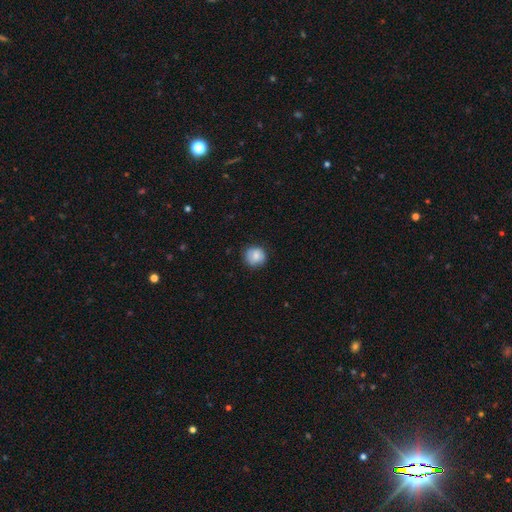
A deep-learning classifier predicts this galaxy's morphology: A smooth galaxy with no disk features (78%) that is round (90%). Merging: none (81%).